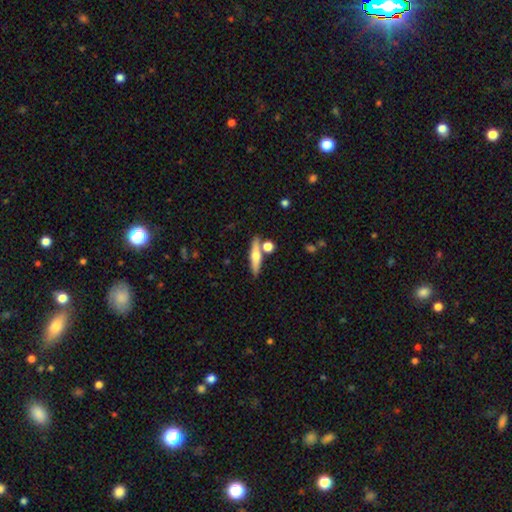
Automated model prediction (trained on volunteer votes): A smooth galaxy with no disk features (53%) that is cigar-shaped (75%). Merging: none (73%).